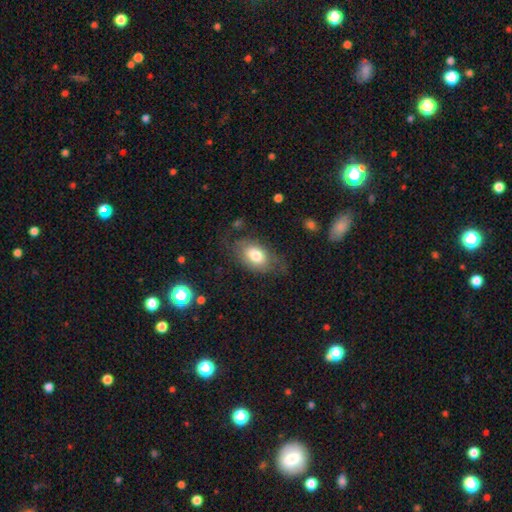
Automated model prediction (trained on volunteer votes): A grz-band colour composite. It shows a smooth galaxy with no disk features (63%) that is in between round and cigar-shaped (89%). Merging: none (60%).